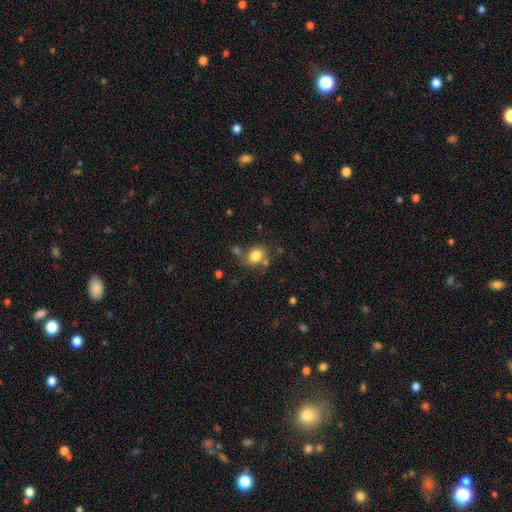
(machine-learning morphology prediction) Smooth or featured? Predicted: smooth (p=0.80). How rounded? Predicted: in between (p=0.61). Merging? Predicted: none (p=0.62).